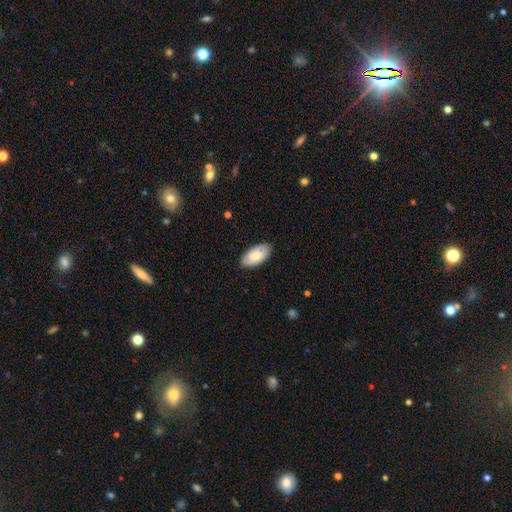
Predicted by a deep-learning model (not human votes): Q: Smooth or featured?
A: smooth (69%); runner-up: featured or disk (25%)
Q: How rounded?
A: in between (95%); runner-up: cigar-shaped (3%)
Q: Merging?
A: none (84%); runner-up: minor disturbance (13%)